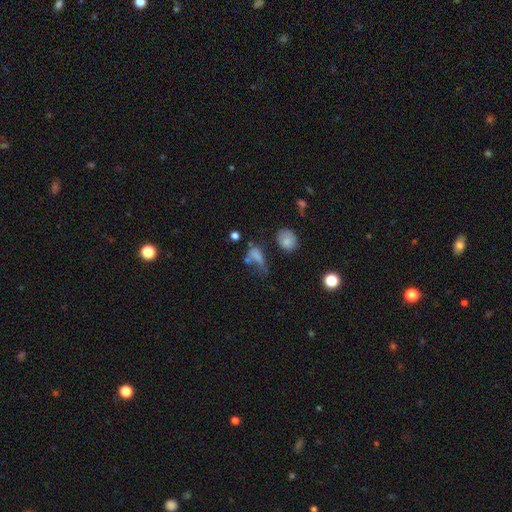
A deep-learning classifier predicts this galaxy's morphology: A smooth galaxy with no disk features (65%) that is in between round and cigar-shaped (70%).

Vote fractions:
- Smooth or featured? smooth: 65% / featured or disk: 18% / star or artifact: 17%
- How rounded? in between: 70% / round: 17% / cigar-shaped: 13%
- Merging? major disturbance: 34% / none: 28% / minor disturbance: 22% / merger: 15%